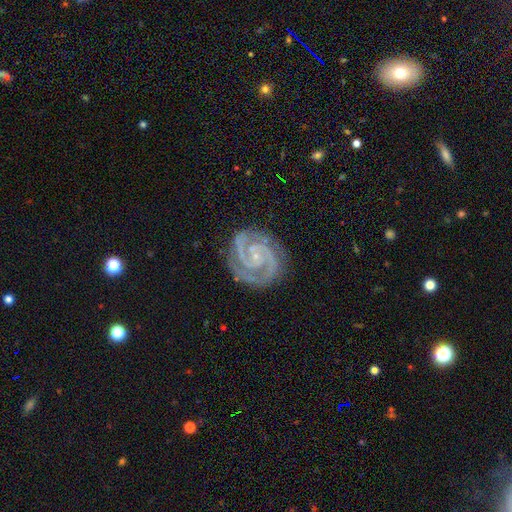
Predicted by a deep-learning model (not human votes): The model was most divided on "bar": no: 60%, weak: 27%, strong: 12%. More confident: spiral arms — yes (99%); edge-on disk — no (98%); smooth or featured — featured or disk (93%); bulge size — small (84%); merging — none (82%); spiral arm count — 2 (81%); spiral winding — tight (70%).